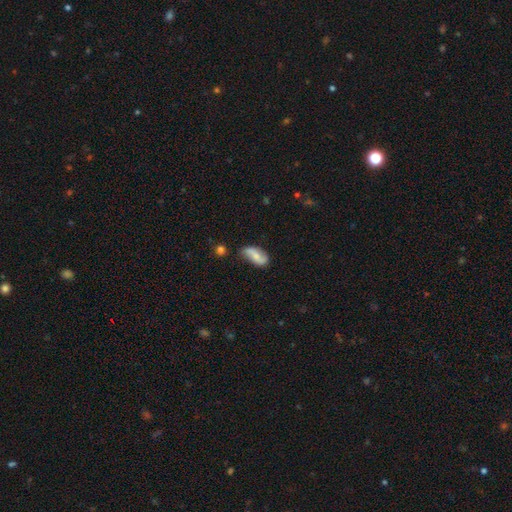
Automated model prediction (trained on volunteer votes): The model was most divided on "smooth or featured": smooth: 49%, featured or disk: 43%, star or artifact: 7%. More confident: merging — none (63%).